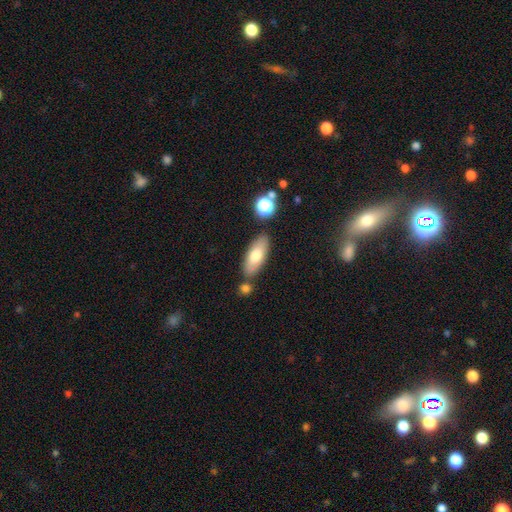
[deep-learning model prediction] smooth-or-featured: smooth: 73% | featured or disk: 20% | star or artifact: 7%
  how-rounded: in between: 77% | cigar-shaped: 20% | round: 3%
  merging: none: 76% | minor disturbance: 12% | merger: 8% | major disturbance: 3%